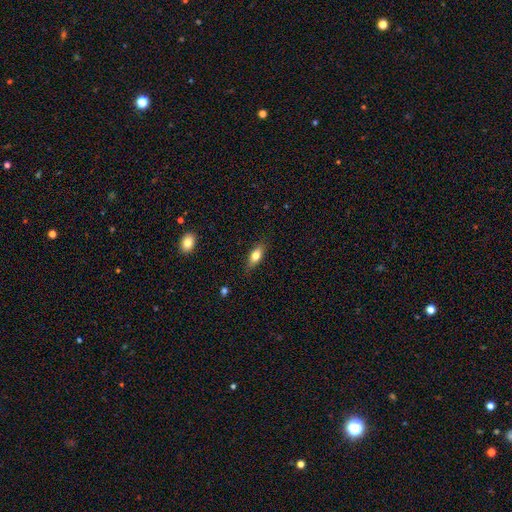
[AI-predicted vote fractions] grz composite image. It shows a smooth galaxy with no disk features (76%) that is in between round and cigar-shaped (79%). Merging: none (83%).